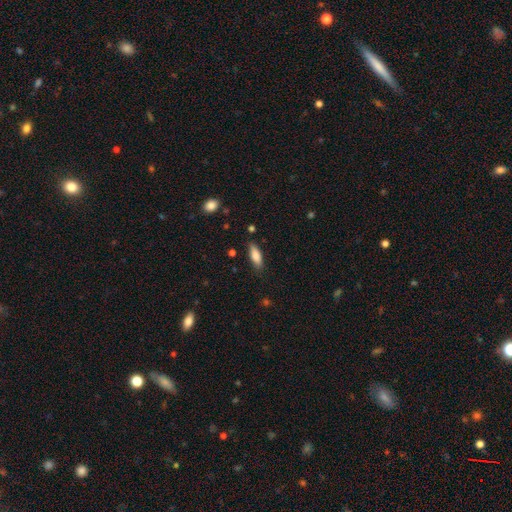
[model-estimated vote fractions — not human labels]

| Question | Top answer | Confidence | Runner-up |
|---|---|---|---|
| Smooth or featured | smooth | 81% | featured or disk (13%) |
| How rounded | in between | 60% | cigar-shaped (38%) |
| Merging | none | 81% | minor disturbance (14%) |